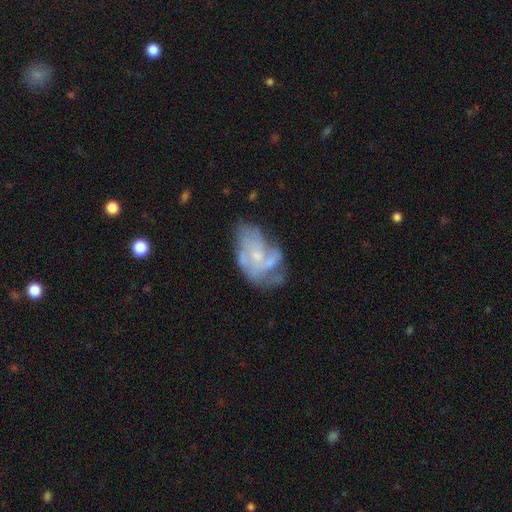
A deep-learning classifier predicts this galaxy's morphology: Smooth or featured? Predicted: featured or disk (p=0.71). Edge-on disk? Predicted: no (p=0.98). Bar? Predicted: no (p=0.77). Spiral arms? Predicted: yes (p=0.64). Bulge size? Predicted: small (p=0.58). Merging? Predicted: none (p=0.34).